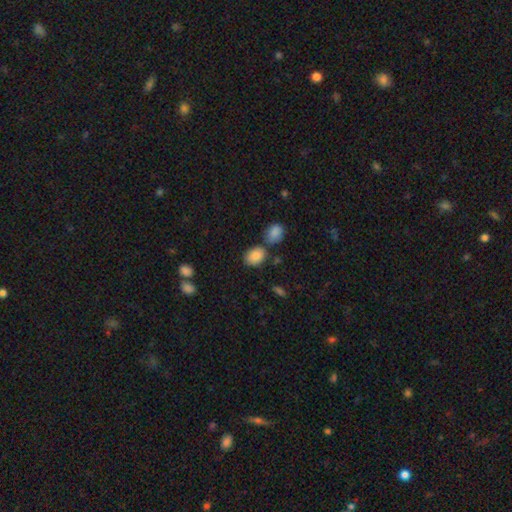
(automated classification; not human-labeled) A smooth galaxy with no disk features (86%) that is in between round and cigar-shaped (73%).

Vote fractions:
- Smooth or featured? smooth: 86% / star or artifact: 8% / featured or disk: 6%
- How rounded? in between: 73% / round: 25% / cigar-shaped: 1%
- Merging? none: 63% / merger: 18% / minor disturbance: 15% / major disturbance: 4%